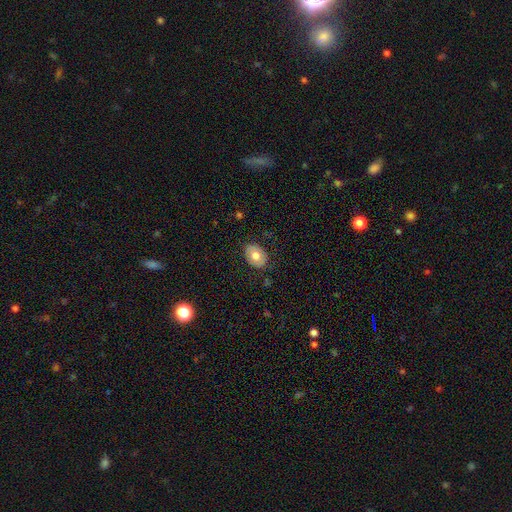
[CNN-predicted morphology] A smooth galaxy with no disk features (68%) that is in between round and cigar-shaped (71%).

Vote fractions:
- Smooth or featured? smooth: 68% / featured or disk: 25% / star or artifact: 7%
- How rounded? in between: 71% / round: 28% / cigar-shaped: 1%
- Merging? none: 81% / minor disturbance: 14% / major disturbance: 4% / merger: 1%